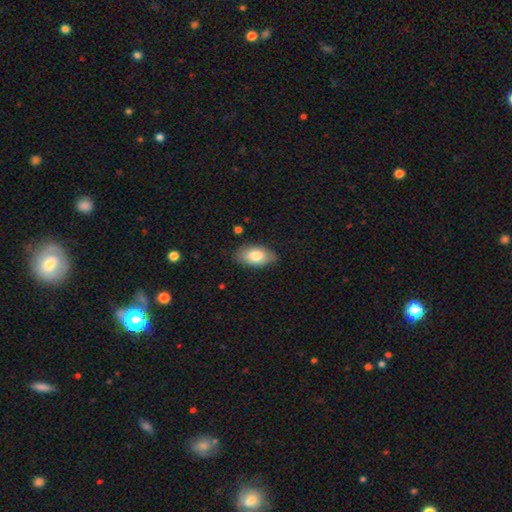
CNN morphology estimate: Smooth or featured: smooth — 81% (featured or disk — 13%)
How rounded: in between — 93% (round — 5%)
Merging: none — 80% (minor disturbance — 16%)